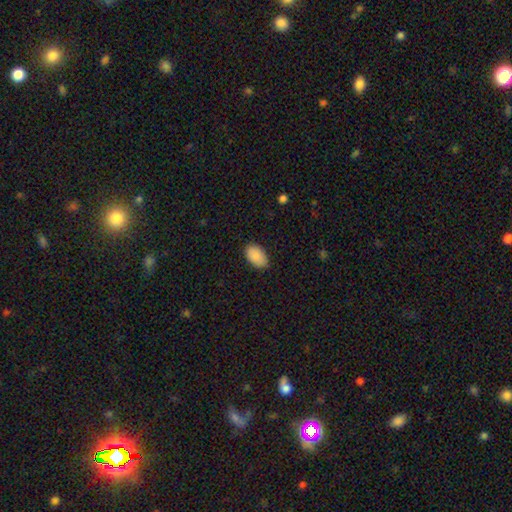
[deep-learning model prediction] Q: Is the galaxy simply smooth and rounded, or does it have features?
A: smooth — 90%.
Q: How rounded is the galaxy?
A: in between — 92%.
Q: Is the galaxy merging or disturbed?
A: none — 81%.